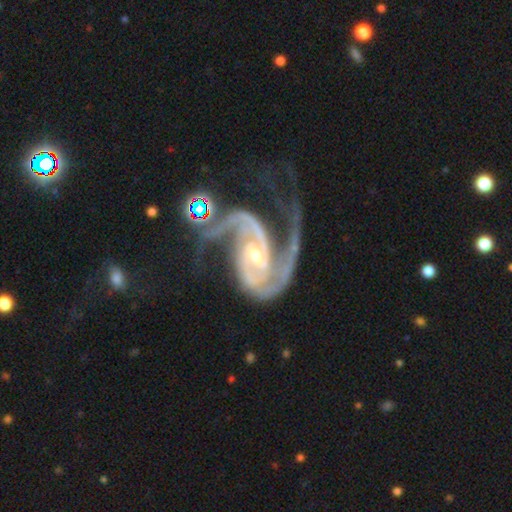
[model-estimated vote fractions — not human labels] A featured or disk galaxy (93%) with a weak bar (41%), 2 (76%) medium (51%) spiral arms (98%) and a small central bulge (65%).

Vote fractions:
- Smooth or featured? featured or disk: 93% / star or artifact: 4% / smooth: 3%
- Edge-on disk? no: 98% / yes: 2%
- Bar? weak: 41% / no: 30% / strong: 29%
- Spiral arms? yes: 98% / no: 2%
- Spiral winding? medium: 51% / tight: 27% / loose: 22%
- Spiral arm count? 2: 76% / 3: 7% / 1: 5% / can't tell: 5% / 4: 3% / more than 4: 3%
- Bulge size? small: 65% / moderate: 30% / none: 2% / large: 2% / dominant: 1%
- Merging? major disturbance: 40% / none: 33% / minor disturbance: 18% / merger: 9%